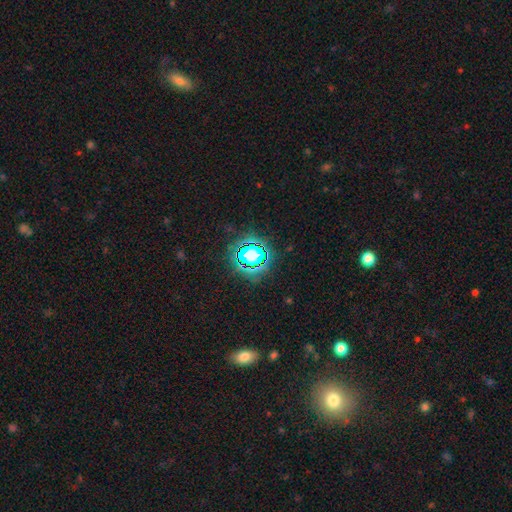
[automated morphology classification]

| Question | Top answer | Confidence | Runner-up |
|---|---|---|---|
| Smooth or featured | star or artifact | 78% | smooth (14%) |